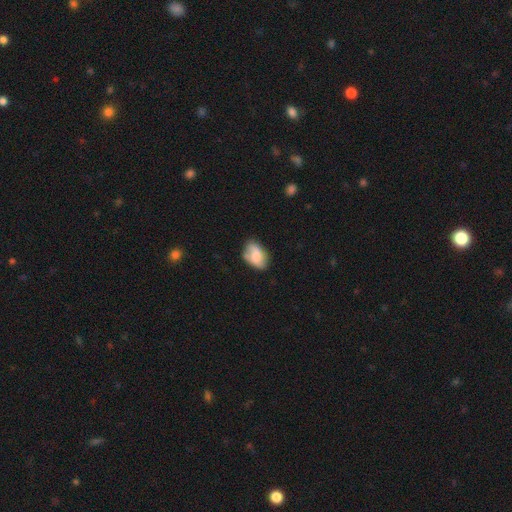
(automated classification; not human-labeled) Smooth or featured? Predicted: smooth (p=0.66). How rounded? Predicted: in between (p=0.88). Merging? Predicted: none (p=0.57).